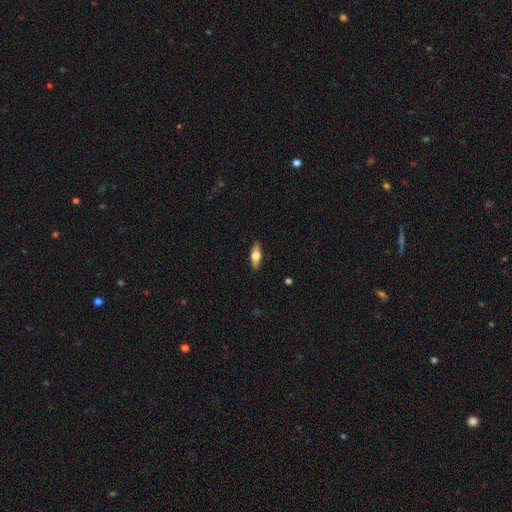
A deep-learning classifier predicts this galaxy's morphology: smooth-or-featured: smooth: 51% | featured or disk: 43% | star or artifact: 6%
  how-rounded: in between: 57% | cigar-shaped: 40% | round: 3%
  merging: none: 89% | minor disturbance: 8% | major disturbance: 2% | merger: 1%